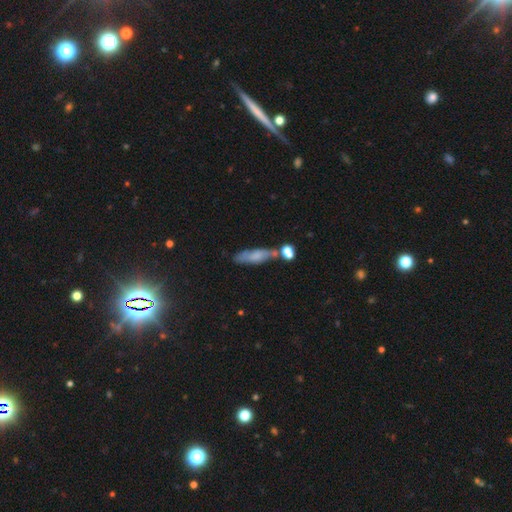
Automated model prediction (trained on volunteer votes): Smooth or featured?
  - smooth: 62% *
  - featured or disk: 29%
  - star or artifact: 9%
How rounded?
  - cigar-shaped: 58% *
  - in between: 39%
  - round: 4%
Merging?
  - none: 58% *
  - minor disturbance: 20%
  - merger: 15%
  - major disturbance: 7%